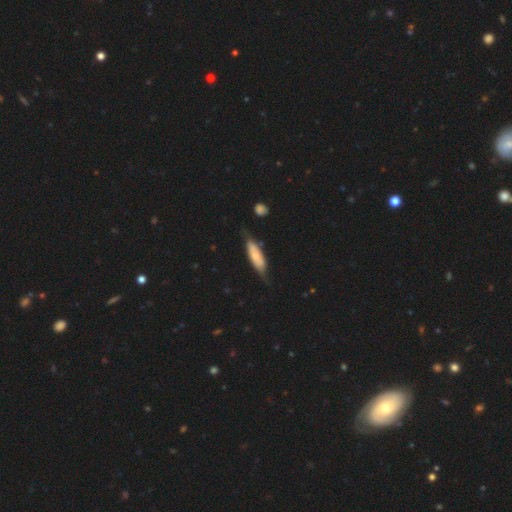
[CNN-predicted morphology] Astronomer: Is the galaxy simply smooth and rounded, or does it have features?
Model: smooth — 61%.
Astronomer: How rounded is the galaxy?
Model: cigar-shaped — 54% (runner-up: in between, 44%).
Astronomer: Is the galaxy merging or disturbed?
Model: none — 64%.